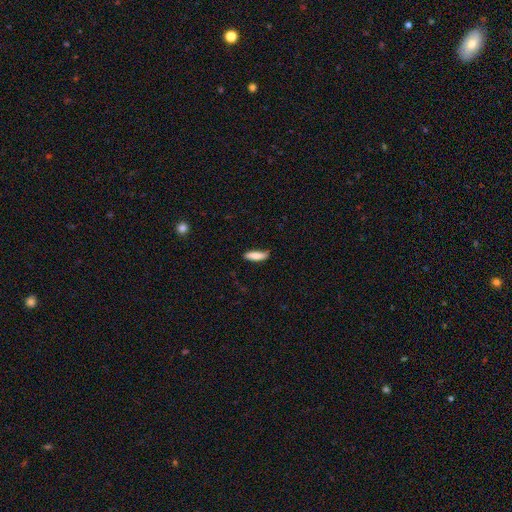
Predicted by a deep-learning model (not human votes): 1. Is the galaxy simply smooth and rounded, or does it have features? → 83% smooth, 12% featured or disk, 6% star or artifact.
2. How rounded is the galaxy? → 58% cigar-shaped, 40% in between, 2% round.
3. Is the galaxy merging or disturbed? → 81% none, 15% minor disturbance, 2% major disturbance, 1% merger.